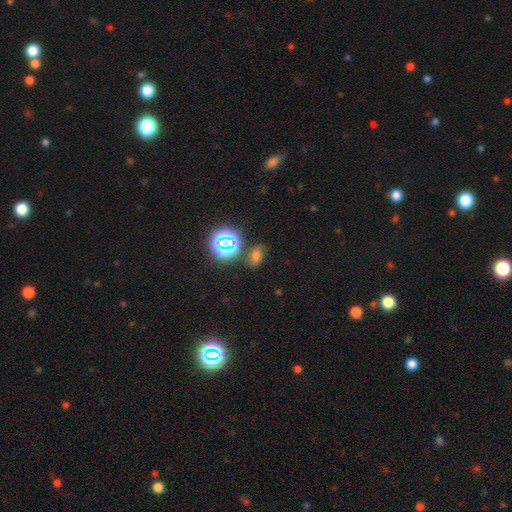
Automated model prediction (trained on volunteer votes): Smooth or featured? Predicted: smooth (p=0.47). Merging? Predicted: none (p=0.71).